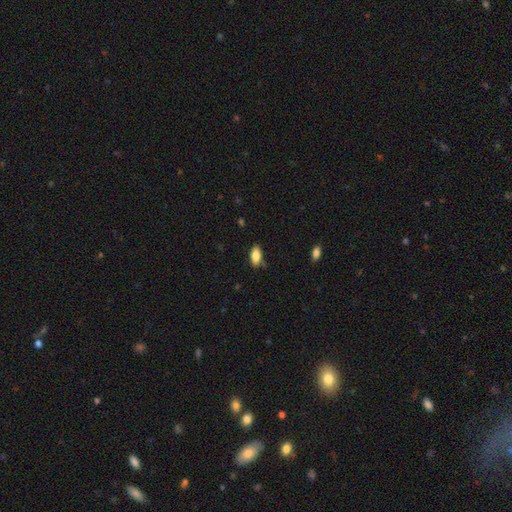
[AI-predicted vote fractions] A smooth galaxy with no disk features (82%) that is in between round and cigar-shaped (90%).

Vote fractions:
- Smooth or featured? smooth: 82% / featured or disk: 11% / star or artifact: 7%
- How rounded? in between: 90% / cigar-shaped: 8% / round: 3%
- Merging? none: 81% / minor disturbance: 14% / major disturbance: 3% / merger: 2%